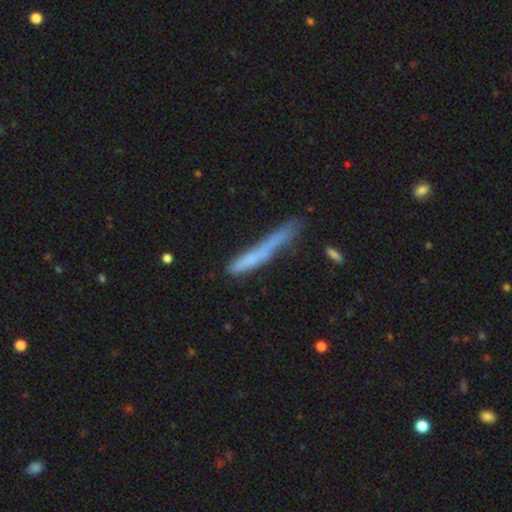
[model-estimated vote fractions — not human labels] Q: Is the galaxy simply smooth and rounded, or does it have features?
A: smooth — 59%.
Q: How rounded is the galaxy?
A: cigar-shaped — 95%.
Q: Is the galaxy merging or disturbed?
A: none — 59%.